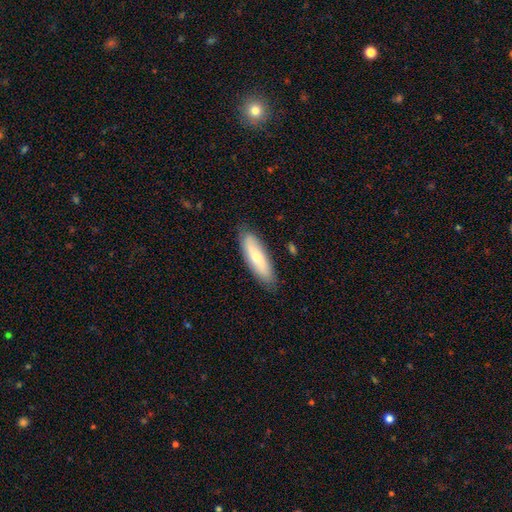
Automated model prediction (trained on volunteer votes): Q: Smooth or featured?
A: smooth (64%); runner-up: featured or disk (30%)
Q: How rounded?
A: cigar-shaped (53%); runner-up: in between (45%)
Q: Merging?
A: none (84%); runner-up: minor disturbance (12%)